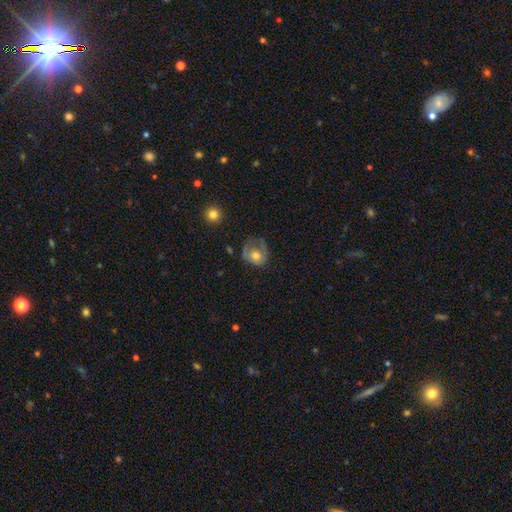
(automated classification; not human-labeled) smooth-or-featured: smooth: 61% | featured or disk: 30% | star or artifact: 8%
  how-rounded: round: 65% | in between: 34% | cigar-shaped: 1%
  merging: none: 38% | minor disturbance: 31% | major disturbance: 28% | merger: 3%